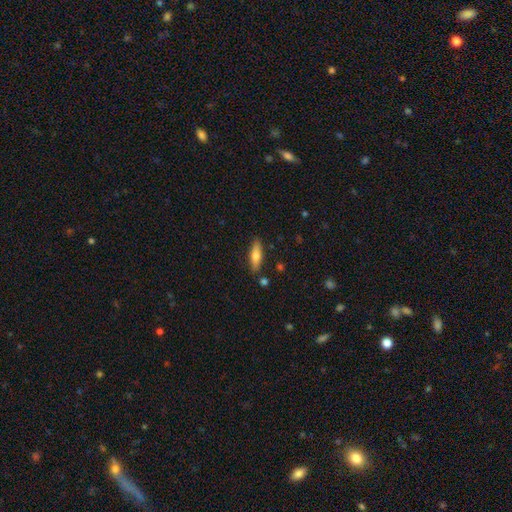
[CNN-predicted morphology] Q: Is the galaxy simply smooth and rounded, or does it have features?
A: smooth — 69%.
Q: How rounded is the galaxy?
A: cigar-shaped — 52%.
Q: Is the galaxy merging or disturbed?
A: none — 83%.